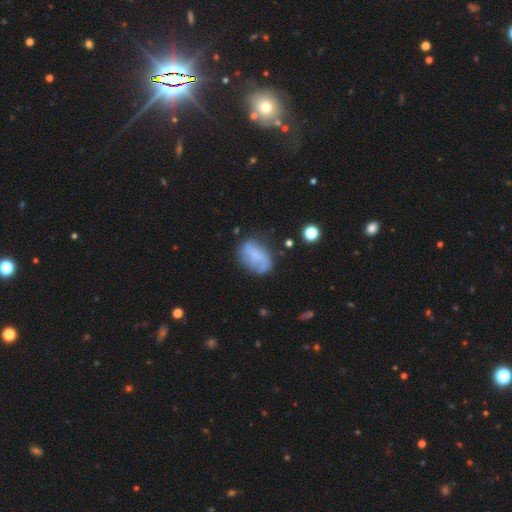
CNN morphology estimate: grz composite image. It shows a smooth galaxy with no disk features (50%). Merging: none (56%).